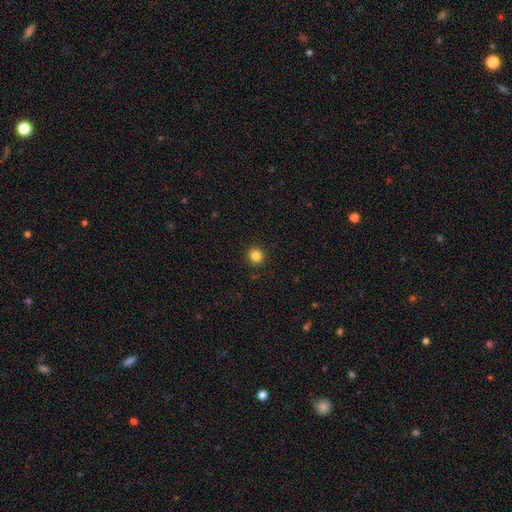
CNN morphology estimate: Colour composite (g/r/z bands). It shows a smooth galaxy with no disk features (84%) that is round (93%). Merging: none (93%).